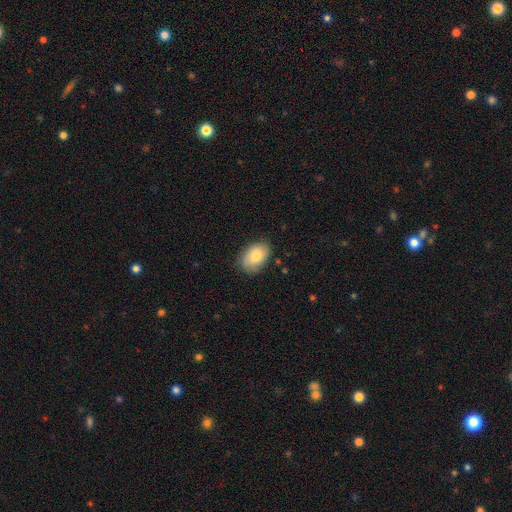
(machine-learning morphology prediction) Smooth or featured: smooth — 82% (featured or disk — 11%)
How rounded: in between — 87% (round — 11%)
Merging: none — 82% (minor disturbance — 14%)